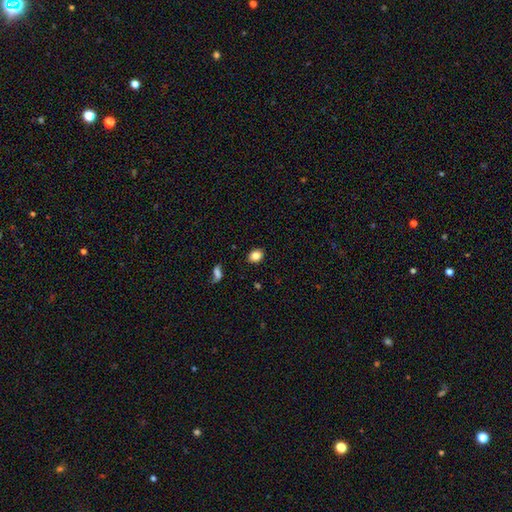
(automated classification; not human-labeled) Q: Smooth or featured?
A: smooth (84%); runner-up: star or artifact (9%)
Q: How rounded?
A: in between (59%); runner-up: round (39%)
Q: Merging?
A: none (88%); runner-up: minor disturbance (8%)